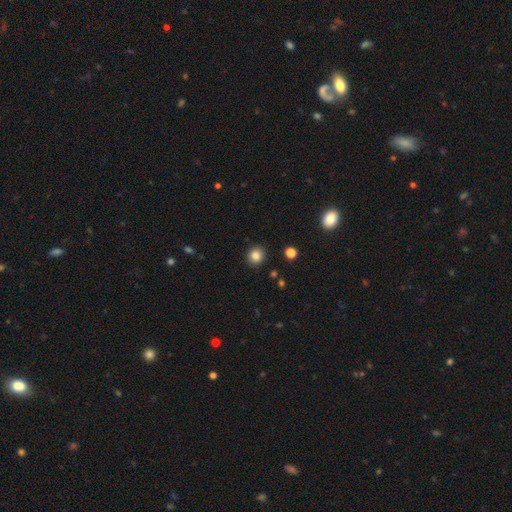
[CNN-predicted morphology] A smooth galaxy with no disk features (84%) that is round (90%). Merging: none (91%).